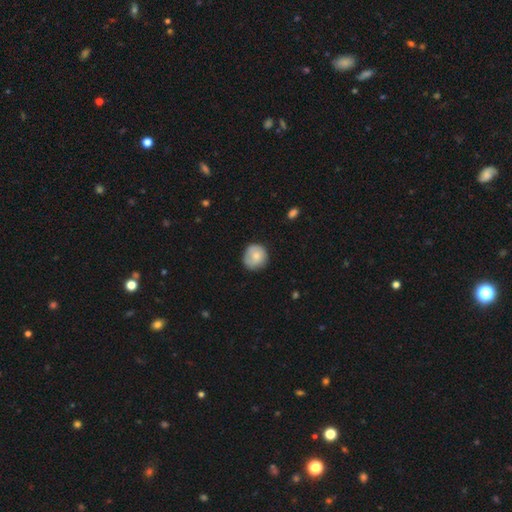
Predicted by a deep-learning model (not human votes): This appears to be a smooth galaxy with no disk features (77%) that is round (89%). Merging: none (77%).